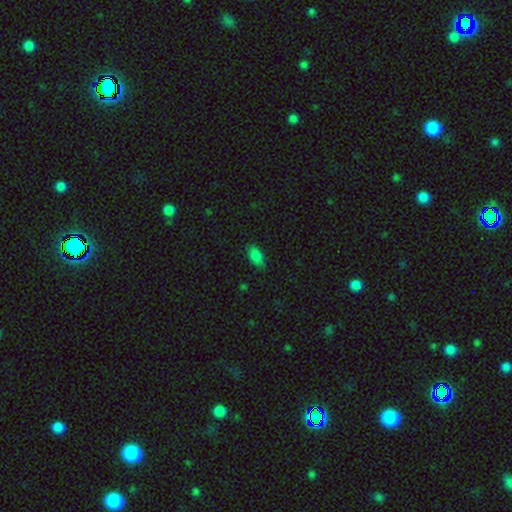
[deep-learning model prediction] Morphology: type=smooth (83%); roundness=in between (91%); merging=none (81%).